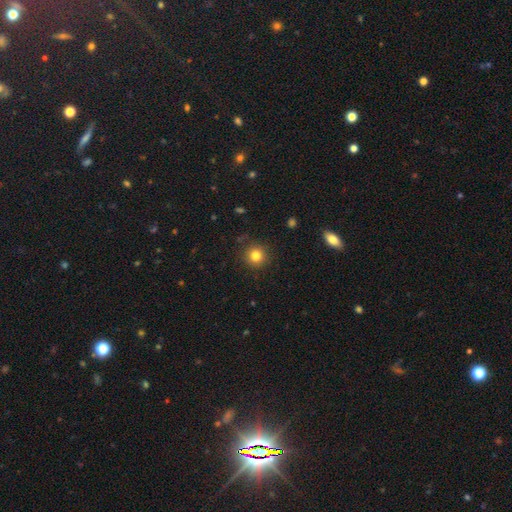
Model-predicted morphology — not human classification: Smooth or featured?
  - smooth: 81% *
  - star or artifact: 12%
  - featured or disk: 6%
How rounded?
  - round: 94% *
  - in between: 5%
  - cigar-shaped: 1%
Merging?
  - none: 89% *
  - minor disturbance: 7%
  - major disturbance: 2%
  - merger: 1%